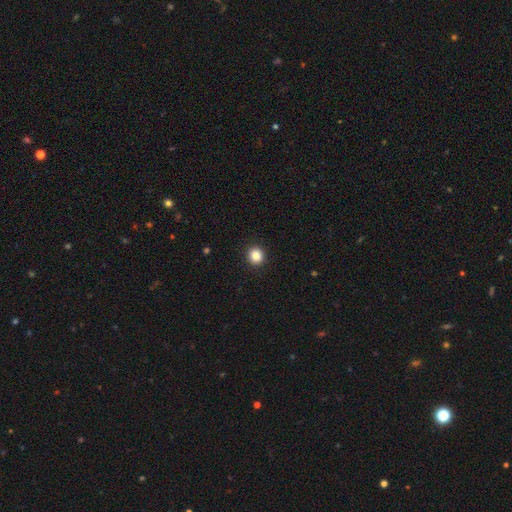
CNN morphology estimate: This is clearly a smooth galaxy (85%). How rounded: clearly round (92%). Merging: clearly none (93%).